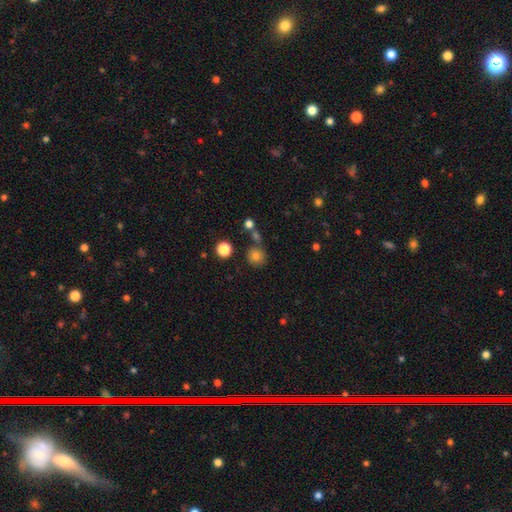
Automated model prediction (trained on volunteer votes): Overall: smooth (79%). How rounded: round (89%). Merging: none (70%).